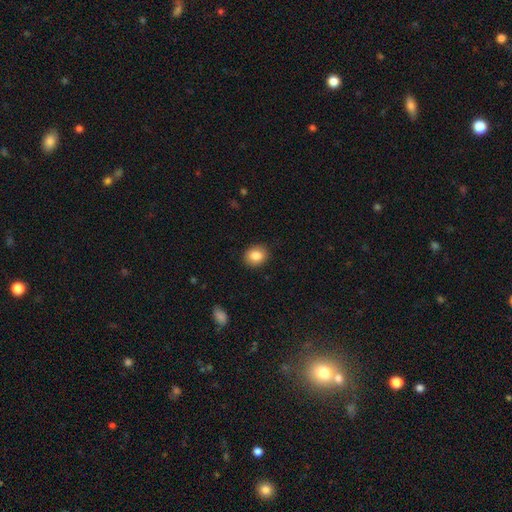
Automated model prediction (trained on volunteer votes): Smooth or featured? Predicted: smooth (p=0.85). How rounded? Predicted: round (p=0.60). Merging? Predicted: none (p=0.89).